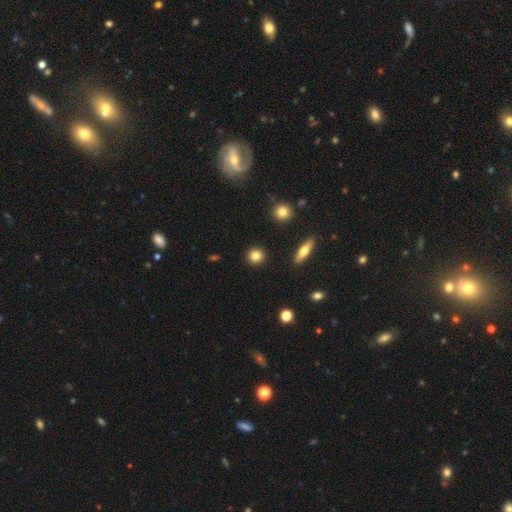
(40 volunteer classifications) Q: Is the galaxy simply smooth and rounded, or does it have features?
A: smooth — 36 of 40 (90%).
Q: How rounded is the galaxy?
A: round — 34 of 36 (94%).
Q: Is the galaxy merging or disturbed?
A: none — 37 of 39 (95%).